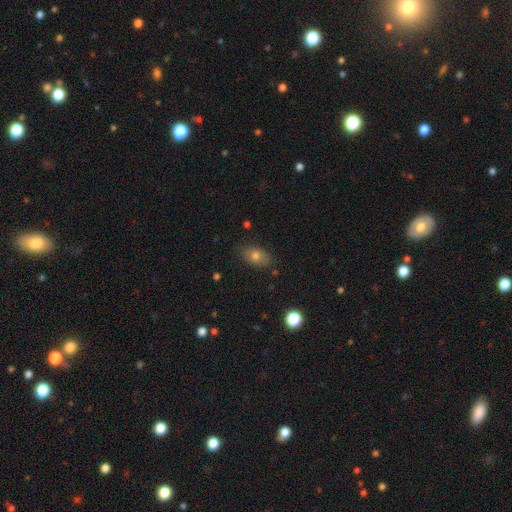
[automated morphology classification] This appears to be a smooth galaxy with no disk features (74%) that is in between round and cigar-shaped (85%). Merging: none (82%).